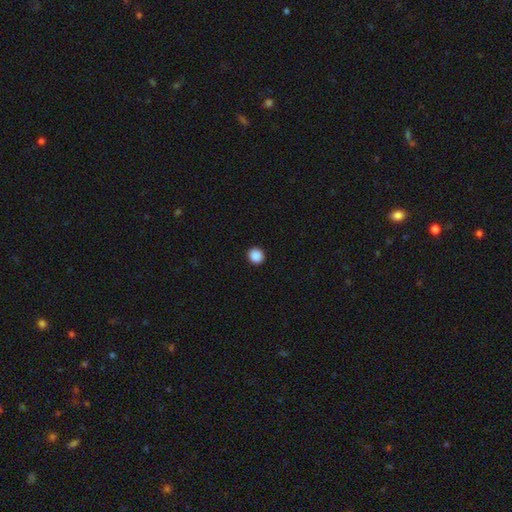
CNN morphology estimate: Smooth or featured?
  - smooth: 89% *
  - star or artifact: 9%
  - featured or disk: 2%
How rounded?
  - round: 93% *
  - in between: 6%
  - cigar-shaped: 1%
Merging?
  - none: 93% *
  - minor disturbance: 4%
  - major disturbance: 2%
  - merger: 1%